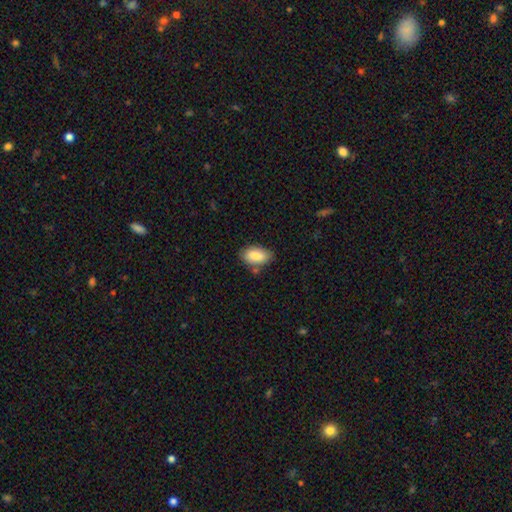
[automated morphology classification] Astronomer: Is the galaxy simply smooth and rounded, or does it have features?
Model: smooth — 84%.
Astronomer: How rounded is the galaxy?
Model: in between — 93%.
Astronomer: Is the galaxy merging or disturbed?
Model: none — 73%.